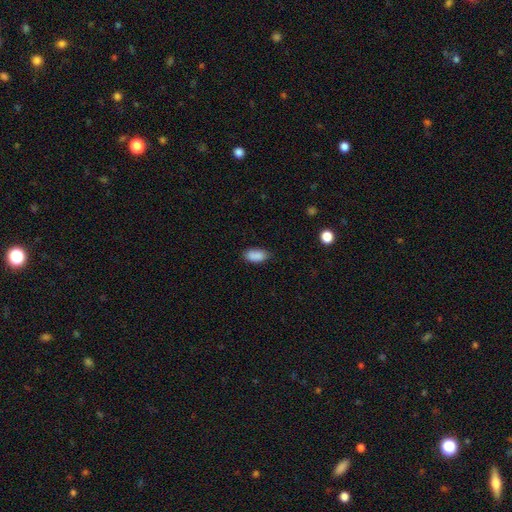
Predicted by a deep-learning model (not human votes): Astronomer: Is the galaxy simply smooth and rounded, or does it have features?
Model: smooth — 86%.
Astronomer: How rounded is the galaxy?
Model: in between — 91%.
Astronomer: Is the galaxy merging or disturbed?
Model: none — 75%.